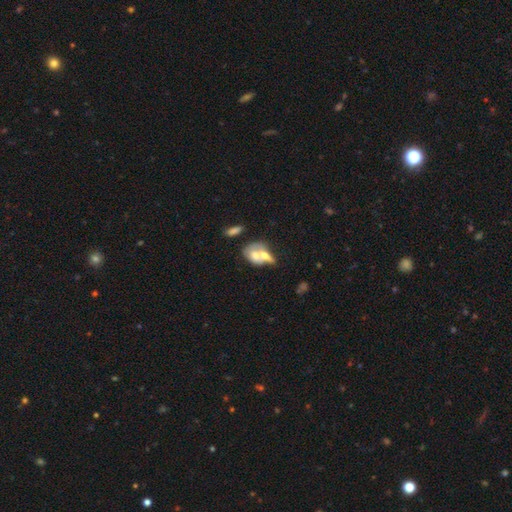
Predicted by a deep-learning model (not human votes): A smooth galaxy with no disk features (57%) that is in between round and cigar-shaped (68%).

Vote fractions:
- Smooth or featured? smooth: 57% / featured or disk: 35% / star or artifact: 8%
- How rounded? in between: 68% / round: 28% / cigar-shaped: 4%
- Merging? merger: 67% / none: 17% / minor disturbance: 8% / major disturbance: 8%